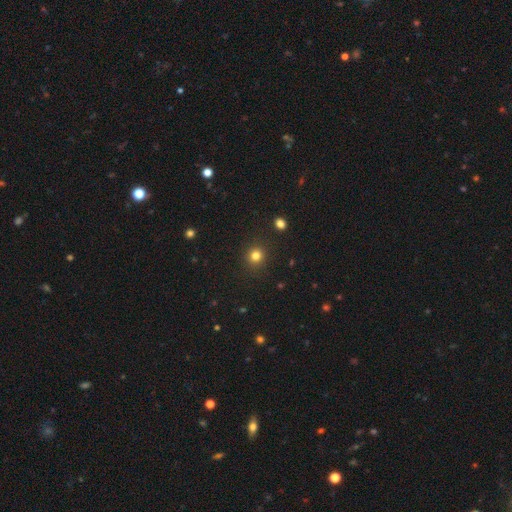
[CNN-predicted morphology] The model was most divided on "smooth or featured": smooth: 81%, star or artifact: 14%, featured or disk: 5%. More confident: merging — none (90%); how rounded — round (89%).